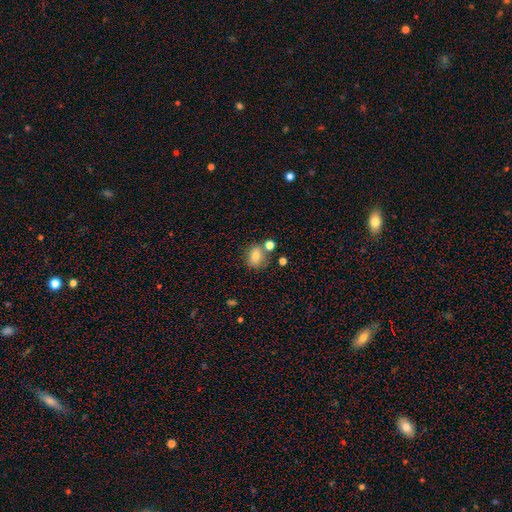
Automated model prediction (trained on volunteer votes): Morphology: type=smooth (77%); roundness=round (52%); merging=none (63%).